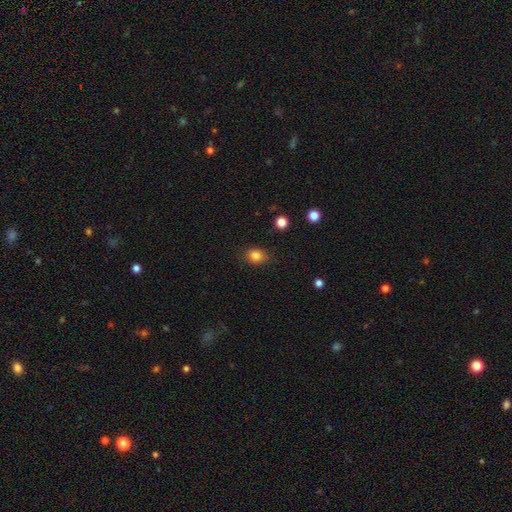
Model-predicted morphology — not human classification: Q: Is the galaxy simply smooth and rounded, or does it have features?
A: smooth — 84%.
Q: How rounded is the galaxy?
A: round — 60%.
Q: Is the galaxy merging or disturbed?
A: none — 87%.